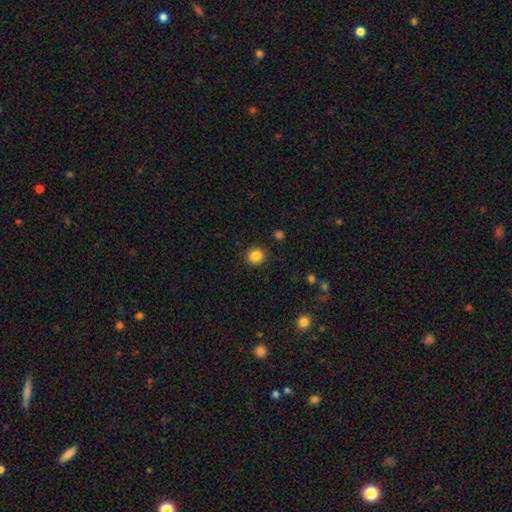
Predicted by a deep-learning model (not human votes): smooth_or_featured: smooth (p=0.85) [alt: star or artifact p=0.11]
how_rounded: round (p=0.89) [alt: in between p=0.10]
merging: none (p=0.90) [alt: minor disturbance p=0.06]